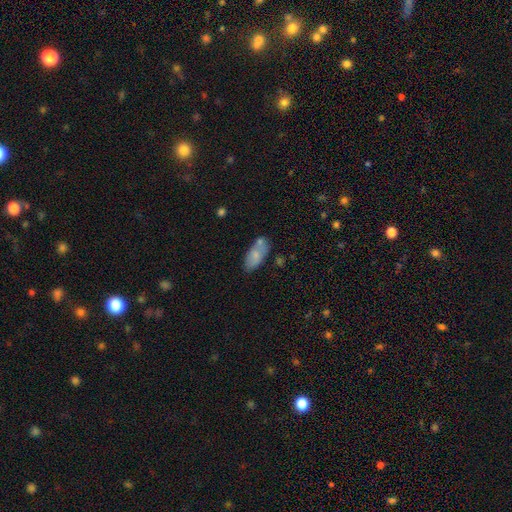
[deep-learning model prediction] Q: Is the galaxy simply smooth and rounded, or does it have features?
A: smooth — 72%.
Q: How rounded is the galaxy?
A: in between — 88%.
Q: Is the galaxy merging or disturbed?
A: none — 58%.